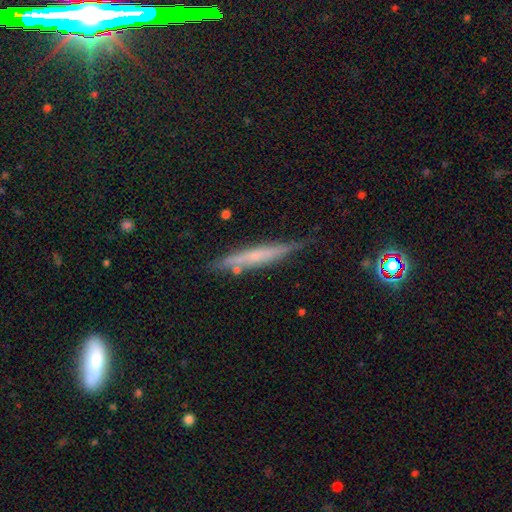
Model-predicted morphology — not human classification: smooth_or_featured: featured or disk (p=0.50) [alt: smooth p=0.42]
merging: none (p=0.75) [alt: minor disturbance p=0.18]